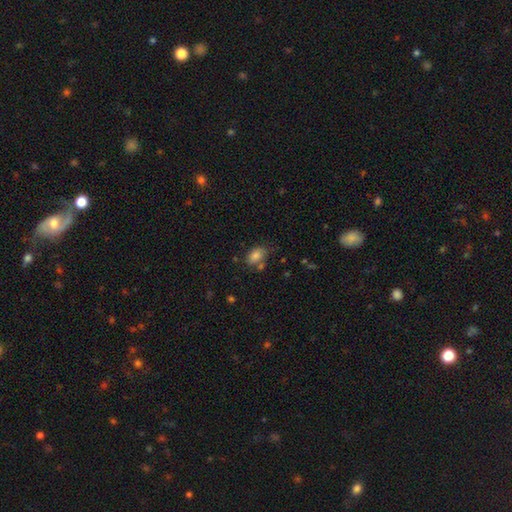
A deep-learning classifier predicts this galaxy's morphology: type=smooth (81%); roundness=in between (84%); merging=none (58%).